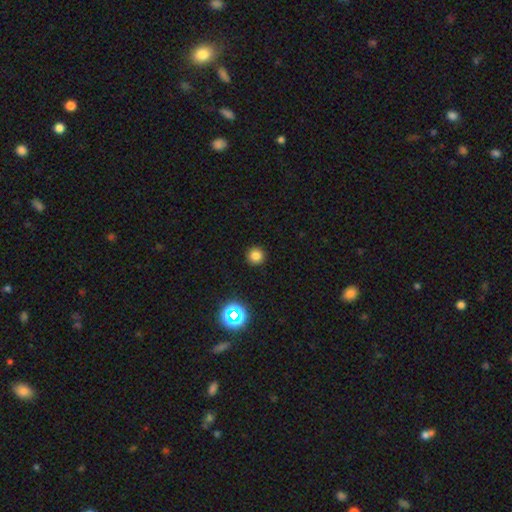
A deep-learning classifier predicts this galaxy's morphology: The model was most divided on "smooth or featured": smooth: 78%, star or artifact: 17%, featured or disk: 5%. More confident: how rounded — round (96%); merging — none (92%).